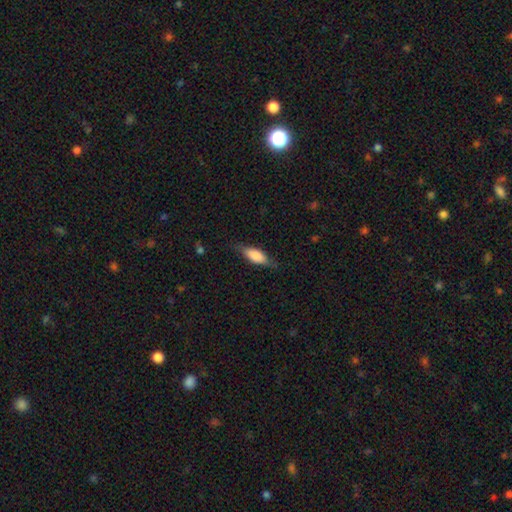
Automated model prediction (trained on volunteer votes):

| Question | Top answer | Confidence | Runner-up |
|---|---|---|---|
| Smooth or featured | smooth | 67% | featured or disk (27%) |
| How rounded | in between | 68% | cigar-shaped (29%) |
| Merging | none | 72% | minor disturbance (21%) |